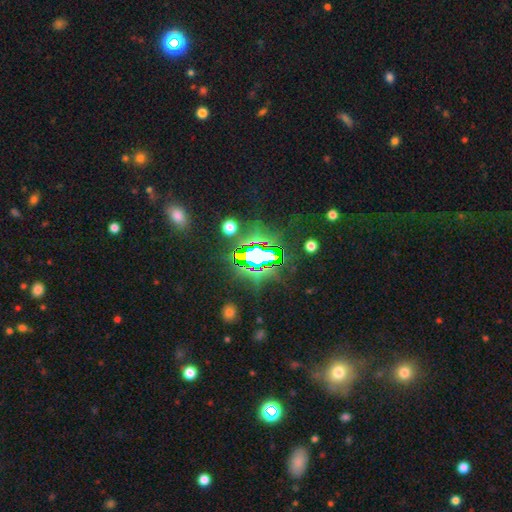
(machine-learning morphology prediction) smooth-or-featured: star or artifact: 72% | smooth: 15% | featured or disk: 13%